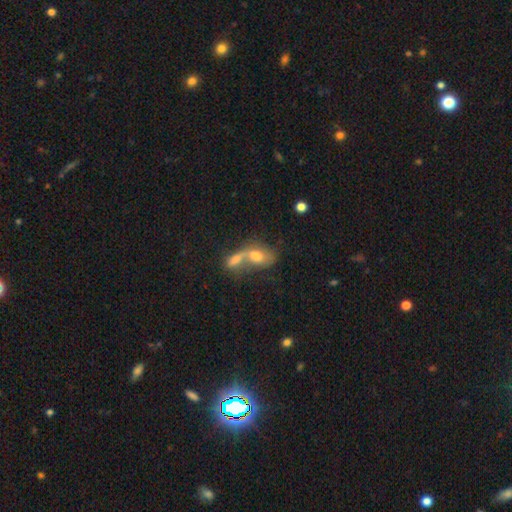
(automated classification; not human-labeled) This is possibly a smooth galaxy (49%). Merging: likely merger (70%).